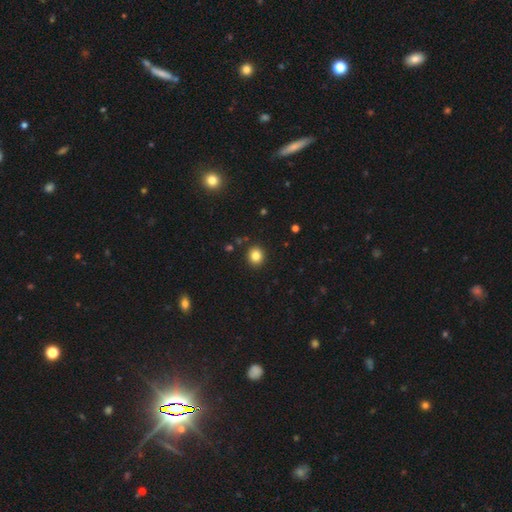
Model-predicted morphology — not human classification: The model was most divided on "how rounded": round: 83%, in between: 16%, cigar-shaped: 1%. More confident: merging — none (91%); smooth or featured — smooth (83%).